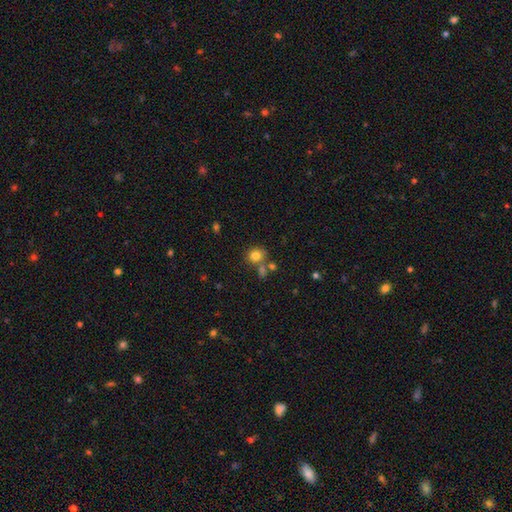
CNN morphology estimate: smooth 79%, star or artifact 12%, featured or disk 9%. Down the decision tree: how rounded — round (80%); merging — none (63%).